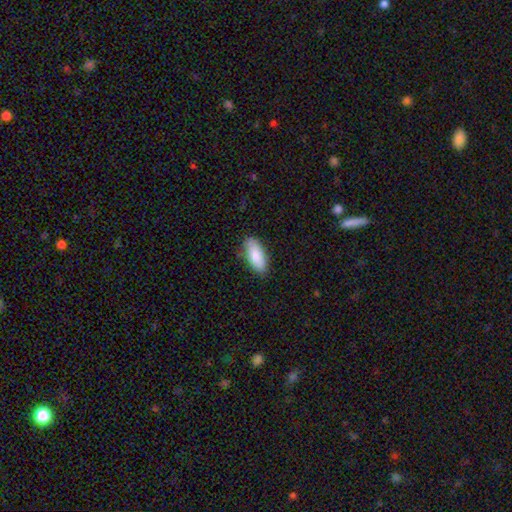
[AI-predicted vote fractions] Smooth or featured?
  - smooth: 86% *
  - featured or disk: 8%
  - star or artifact: 6%
How rounded?
  - in between: 87% *
  - cigar-shaped: 11%
  - round: 2%
Merging?
  - none: 81% *
  - minor disturbance: 15%
  - major disturbance: 3%
  - merger: 1%